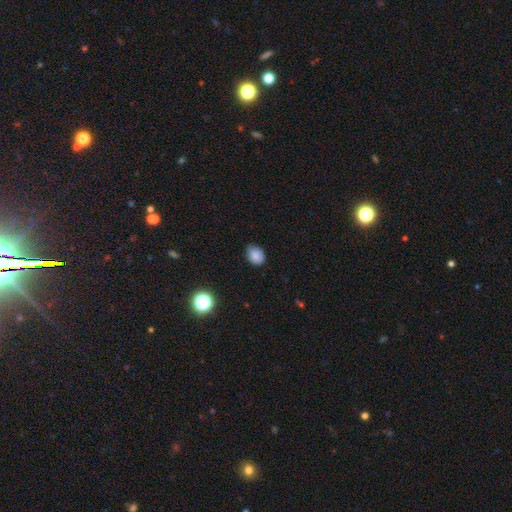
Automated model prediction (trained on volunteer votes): A smooth galaxy with no disk features (84%) that is in between round and cigar-shaped (56%). Merging: none (77%).